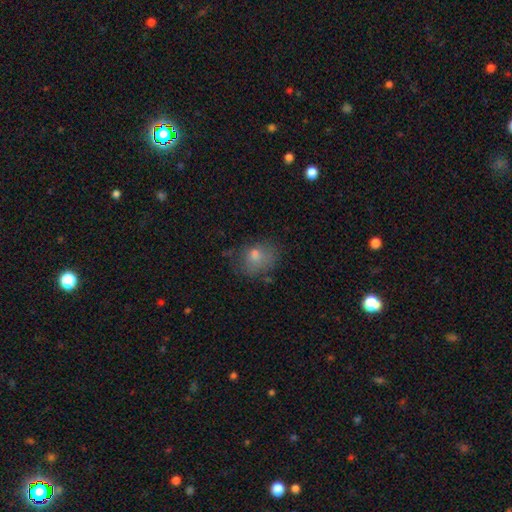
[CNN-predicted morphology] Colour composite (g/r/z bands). It shows a smooth galaxy with no disk features (71%) that is round (51%). Merging: none (61%).